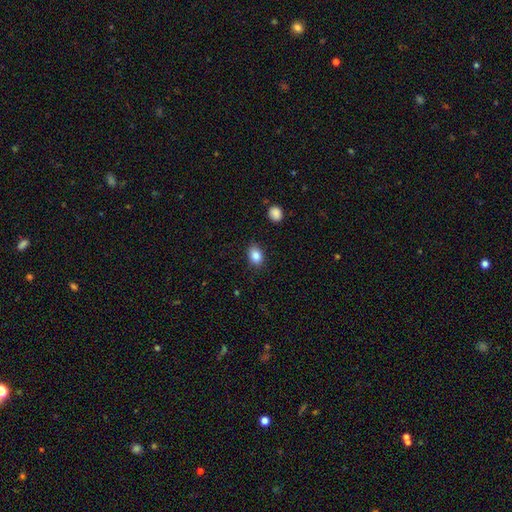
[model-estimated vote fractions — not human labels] This appears to be a smooth galaxy with no disk features (86%) that is in between round and cigar-shaped (74%). Merging: none (85%).